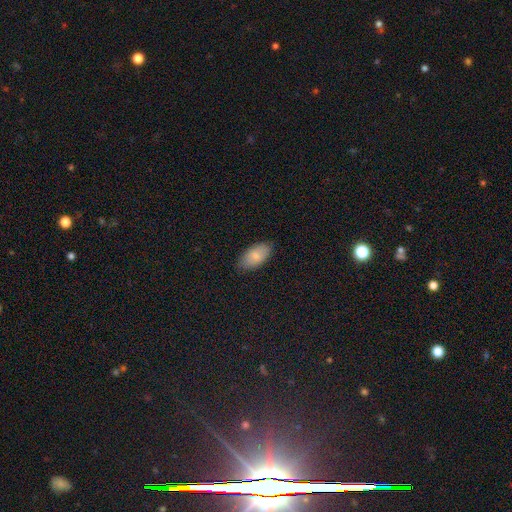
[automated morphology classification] Smooth or featured? smooth (81%)
How rounded? in between (94%)
Merging? none (83%)